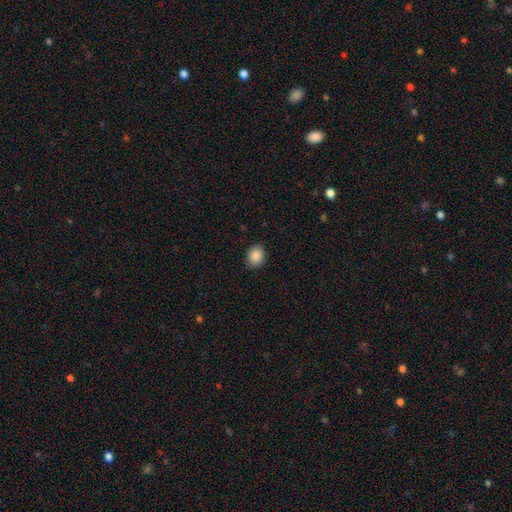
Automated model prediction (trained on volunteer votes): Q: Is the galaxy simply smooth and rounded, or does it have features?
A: smooth — 88%.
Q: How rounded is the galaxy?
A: round — 50%.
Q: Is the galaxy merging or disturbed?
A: none — 89%.